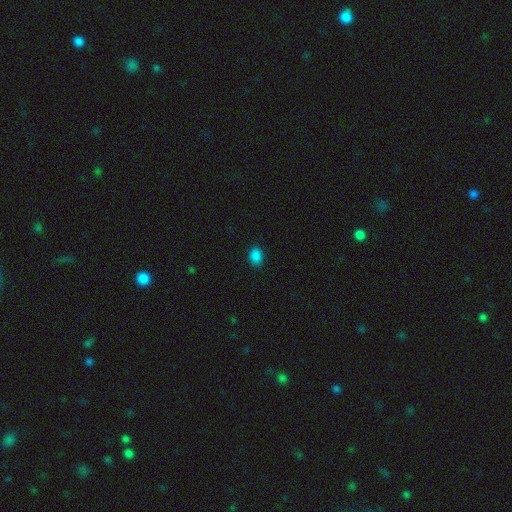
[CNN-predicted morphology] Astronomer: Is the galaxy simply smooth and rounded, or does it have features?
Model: smooth — 85%.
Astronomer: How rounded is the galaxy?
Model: in between — 66%.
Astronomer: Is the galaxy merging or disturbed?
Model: none — 88%.